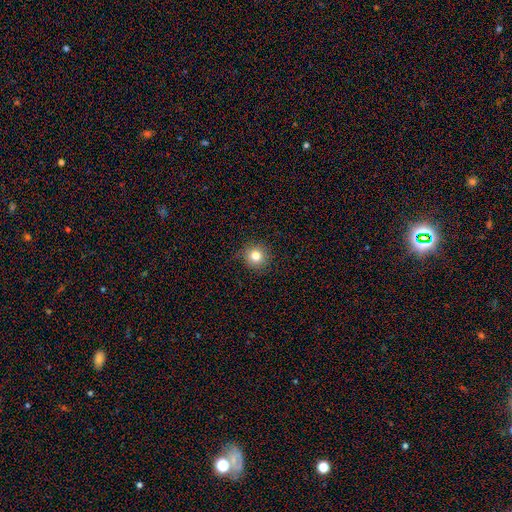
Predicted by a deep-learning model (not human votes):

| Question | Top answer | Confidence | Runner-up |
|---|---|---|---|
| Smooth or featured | smooth | 81% | star or artifact (12%) |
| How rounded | round | 94% | in between (5%) |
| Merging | none | 88% | minor disturbance (9%) |